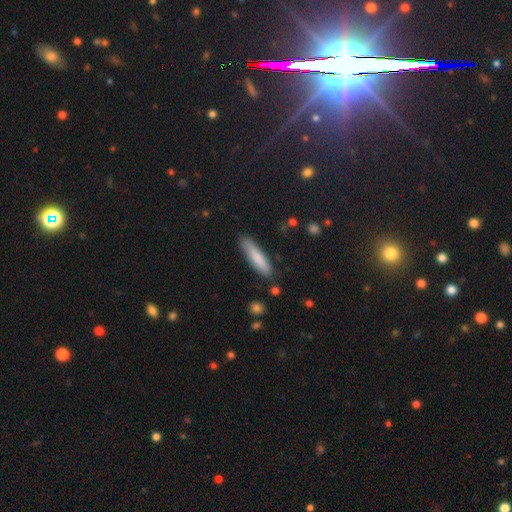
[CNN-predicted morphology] Q: Smooth or featured?
A: smooth (78%); runner-up: featured or disk (15%)
Q: How rounded?
A: cigar-shaped (81%); runner-up: in between (18%)
Q: Merging?
A: none (83%); runner-up: minor disturbance (12%)